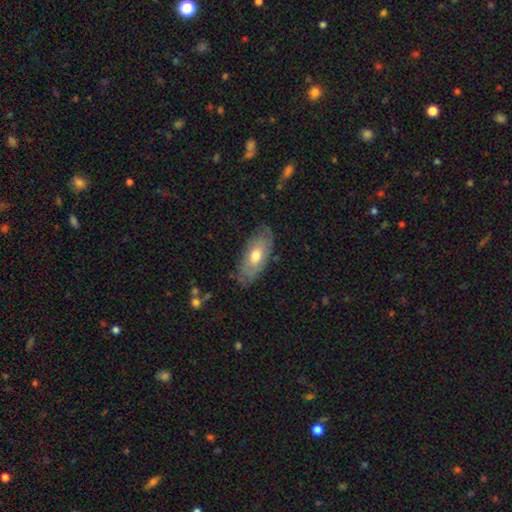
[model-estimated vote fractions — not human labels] smooth-or-featured: smooth: 51% | featured or disk: 44% | star or artifact: 6%
  how-rounded: in between: 86% | cigar-shaped: 11% | round: 3%
  merging: none: 76% | minor disturbance: 19% | major disturbance: 4% | merger: 1%